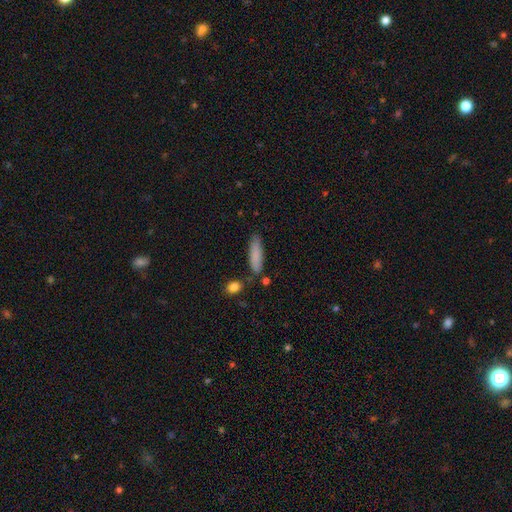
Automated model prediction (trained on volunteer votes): This appears to be a smooth galaxy with no disk features (84%) that is cigar-shaped (61%). Merging: none (76%).